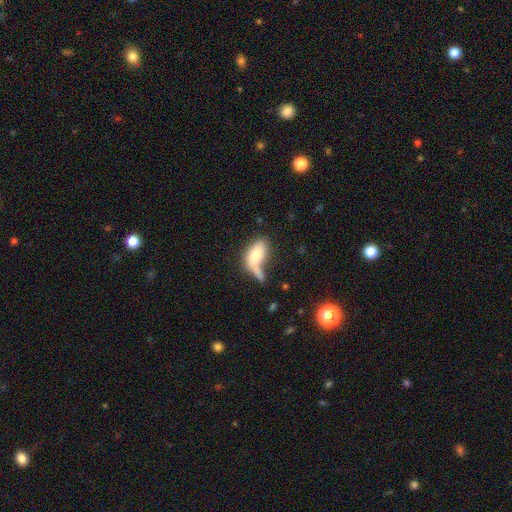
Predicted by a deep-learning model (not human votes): This is likely a smooth galaxy (70%). How rounded: clearly in between (85%). Merging: marginally merger (34%).